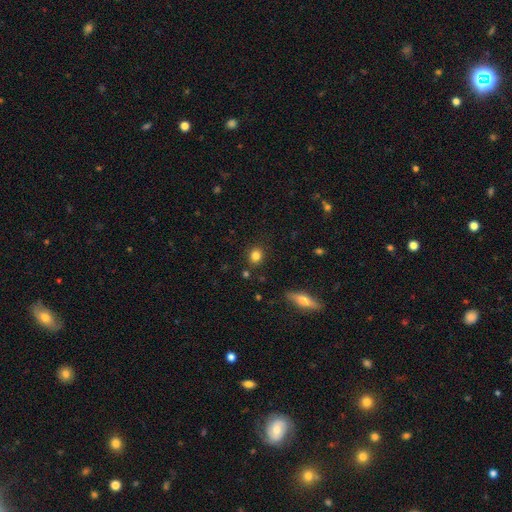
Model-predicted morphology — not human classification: A smooth galaxy with no disk features (83%) that is round (70%). Merging: none (88%).